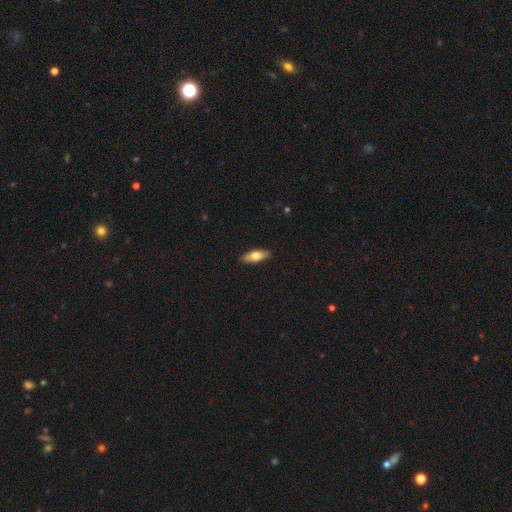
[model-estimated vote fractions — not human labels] smooth-or-featured: smooth: 71% | featured or disk: 23% | star or artifact: 6%
  how-rounded: in between: 66% | cigar-shaped: 31% | round: 2%
  merging: none: 89% | minor disturbance: 9% | major disturbance: 2% | merger: 1%